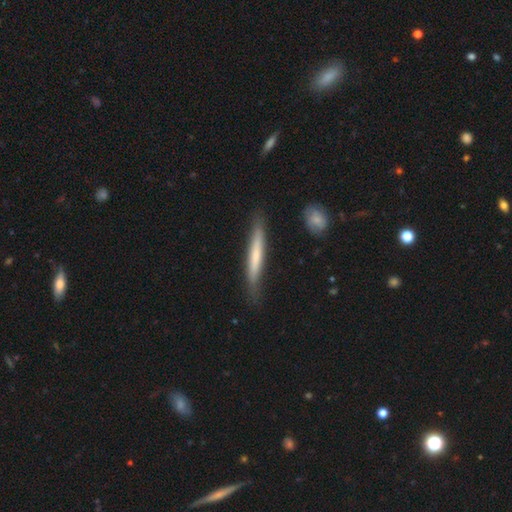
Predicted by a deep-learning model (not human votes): smooth-or-featured: smooth: 56% | featured or disk: 38% | star or artifact: 5%
  how-rounded: cigar-shaped: 96% | in between: 3% | round: 1%
  merging: none: 81% | minor disturbance: 14% | major disturbance: 3% | merger: 2%